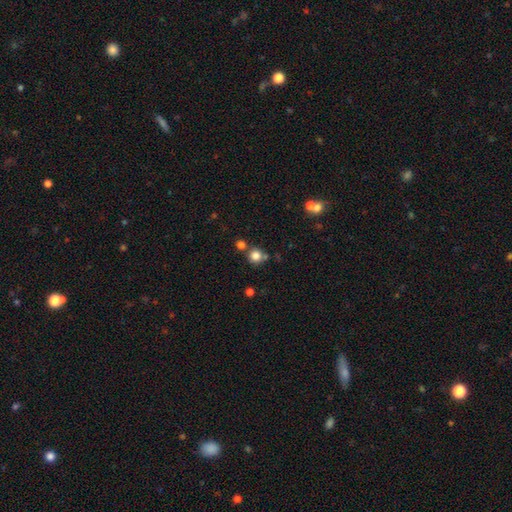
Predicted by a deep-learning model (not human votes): The model was most divided on "merging": none: 70%, merger: 17%, minor disturbance: 10%, major disturbance: 4%. More confident: how rounded — round (92%); smooth or featured — smooth (81%).